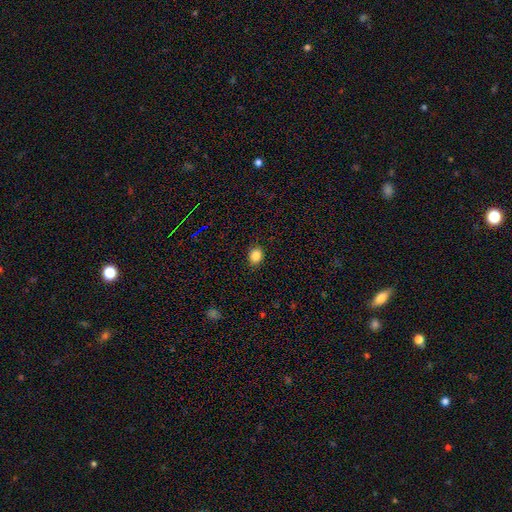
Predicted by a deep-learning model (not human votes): The model was most divided on "how rounded": round: 53%, in between: 46%, cigar-shaped: 1%. More confident: merging — none (89%); smooth or featured — smooth (85%).